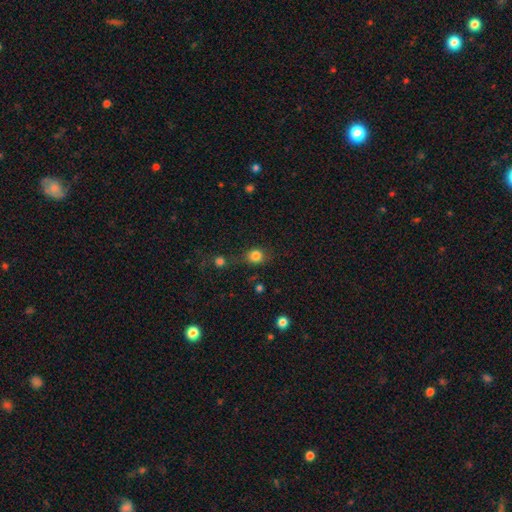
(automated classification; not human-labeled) A smooth galaxy with no disk features (81%) that is round (80%).

Vote fractions:
- Smooth or featured? smooth: 81% / star or artifact: 12% / featured or disk: 7%
- How rounded? round: 80% / in between: 19% / cigar-shaped: 1%
- Merging? none: 62% / minor disturbance: 16% / merger: 14% / major disturbance: 8%